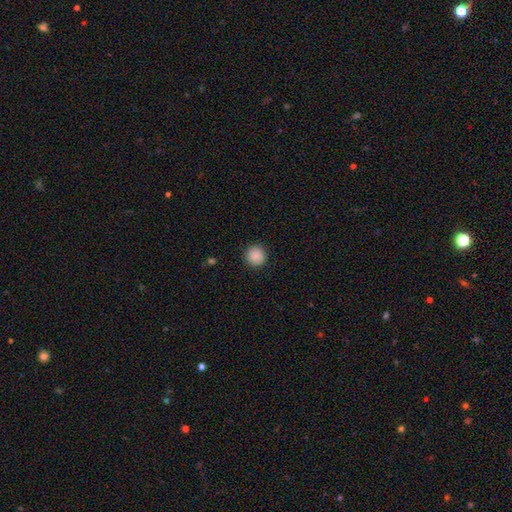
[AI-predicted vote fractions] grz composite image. It shows a smooth galaxy with no disk features (89%) that is round (94%). Merging: none (91%).